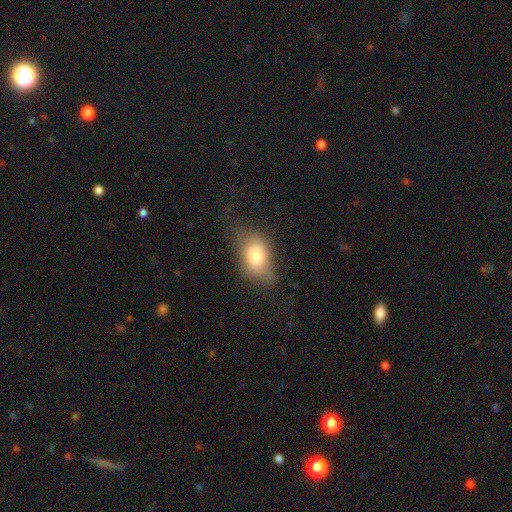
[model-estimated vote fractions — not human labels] Smooth or featured?
  - smooth: 73% *
  - featured or disk: 18%
  - star or artifact: 9%
How rounded?
  - in between: 83% *
  - round: 14%
  - cigar-shaped: 3%
Merging?
  - none: 49% *
  - minor disturbance: 33%
  - major disturbance: 16%
  - merger: 2%